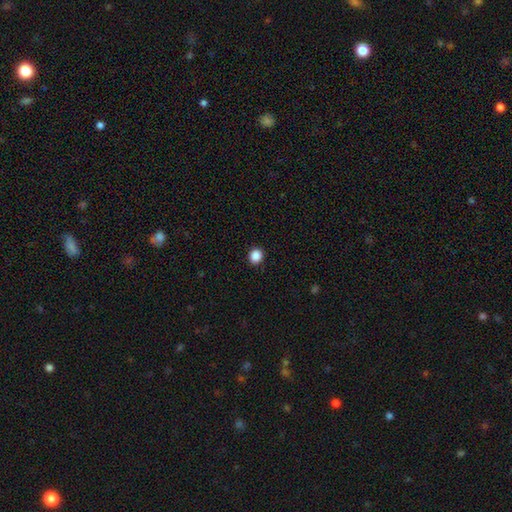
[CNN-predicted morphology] smooth_or_featured: smooth (p=0.87) [alt: star or artifact p=0.10]
how_rounded: round (p=0.84) [alt: in between p=0.15]
merging: none (p=0.92) [alt: minor disturbance p=0.05]